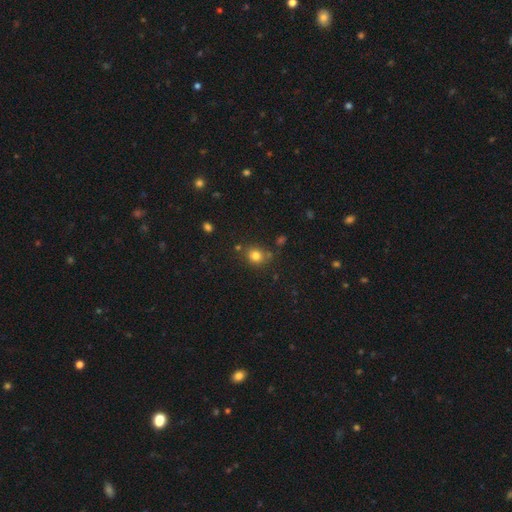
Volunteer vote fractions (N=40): A smooth galaxy with no disk features (85%) that is round (79%).

Vote fractions:
- Smooth or featured? smooth: 85% / star or artifact: 10% / featured or disk: 5%
- How rounded? round: 79% / in between: 21% / cigar-shaped: 0%
- Merging? none: 56% / minor disturbance: 28% / merger: 11% / major disturbance: 6%